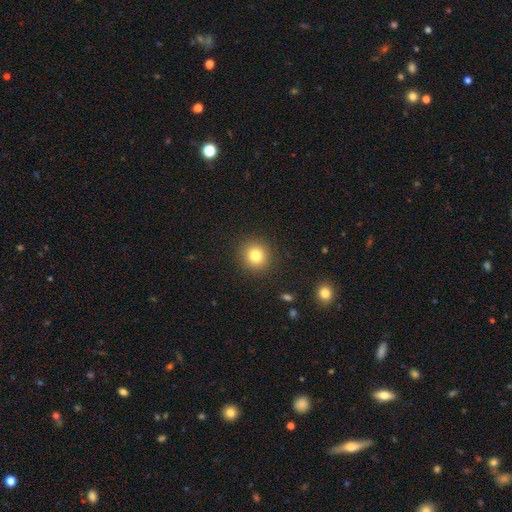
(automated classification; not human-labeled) A smooth galaxy with no disk features (80%) that is round (91%).

Vote fractions:
- Smooth or featured? smooth: 80% / star or artifact: 12% / featured or disk: 8%
- How rounded? round: 91% / in between: 8% / cigar-shaped: 1%
- Merging? none: 90% / minor disturbance: 6% / major disturbance: 2% / merger: 1%